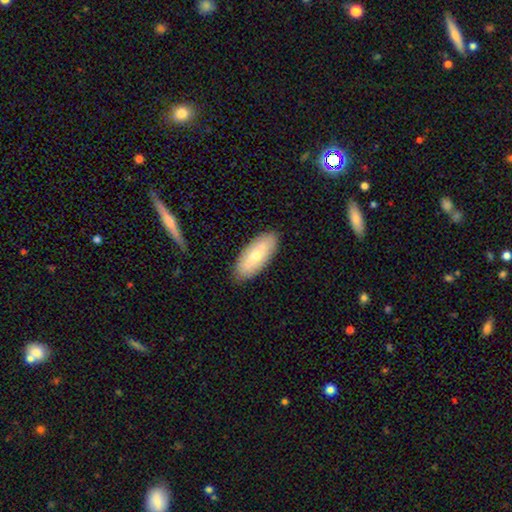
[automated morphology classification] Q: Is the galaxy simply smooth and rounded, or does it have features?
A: smooth — 63%.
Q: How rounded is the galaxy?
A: in between — 83%.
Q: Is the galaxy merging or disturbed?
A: none — 86%.